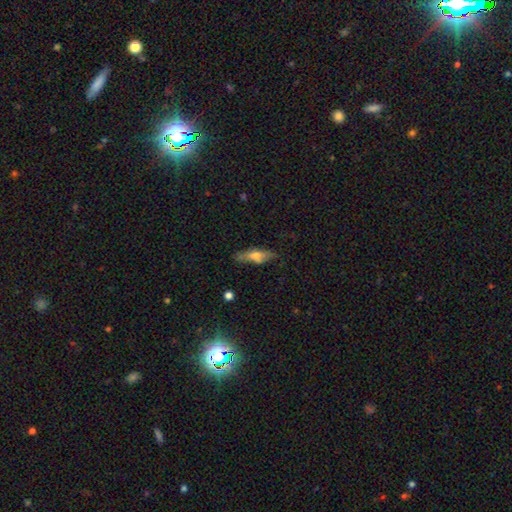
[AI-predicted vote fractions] A smooth galaxy with no disk features (49%).

Vote fractions:
- Smooth or featured? smooth: 49% / featured or disk: 43% / star or artifact: 8%
- Merging? none: 73% / minor disturbance: 18% / major disturbance: 5% / merger: 3%